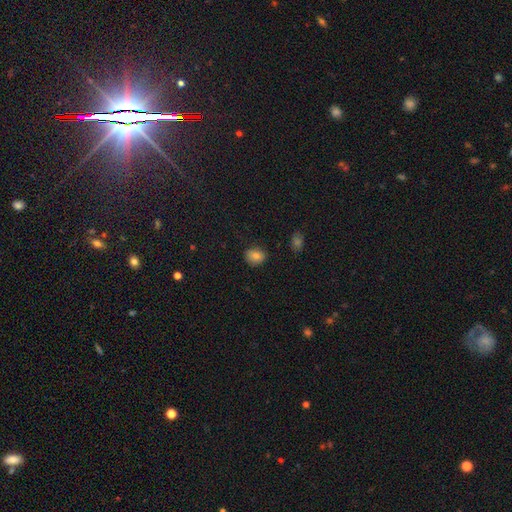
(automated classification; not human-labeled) Smooth or featured? Predicted: smooth (p=0.80). How rounded? Predicted: round (p=0.57). Merging? Predicted: none (p=0.83).